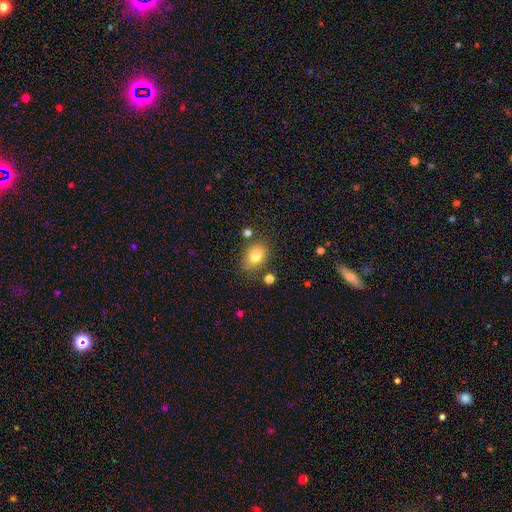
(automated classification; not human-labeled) smooth_or_featured: smooth (p=0.79) [alt: featured or disk p=0.11]
how_rounded: in between (p=0.73) [alt: round p=0.26]
merging: none (p=0.73) [alt: minor disturbance p=0.17]